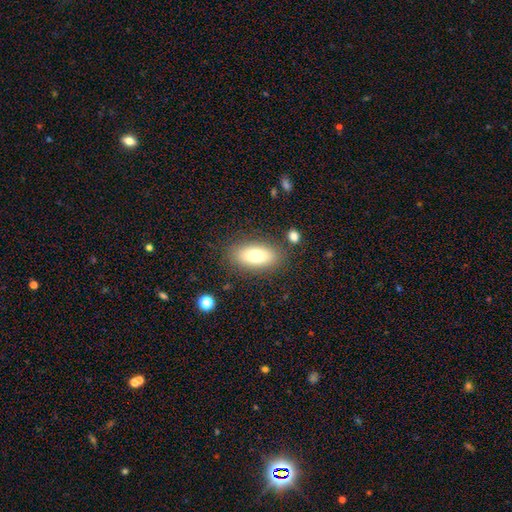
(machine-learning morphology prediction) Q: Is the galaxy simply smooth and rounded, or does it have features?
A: smooth — 74%.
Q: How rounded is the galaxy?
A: in between — 86%.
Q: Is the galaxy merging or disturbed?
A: none — 82%.